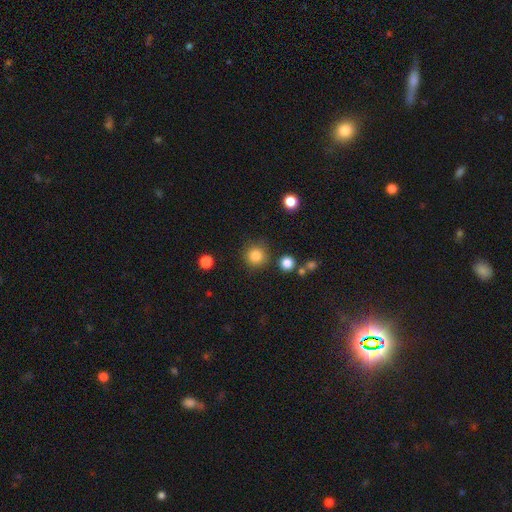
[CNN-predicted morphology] The model was most divided on "smooth or featured": smooth: 85%, star or artifact: 11%, featured or disk: 4%. More confident: how rounded — round (94%); merging — none (85%).